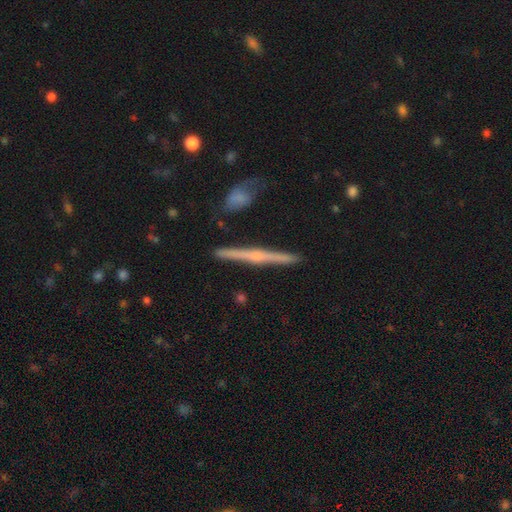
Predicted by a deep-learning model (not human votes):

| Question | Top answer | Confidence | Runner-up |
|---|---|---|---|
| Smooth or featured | featured or disk | 71% | smooth (23%) |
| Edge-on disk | yes | 98% | no (2%) |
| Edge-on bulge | rounded | 63% | none (28%) |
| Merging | none | 89% | minor disturbance (7%) |